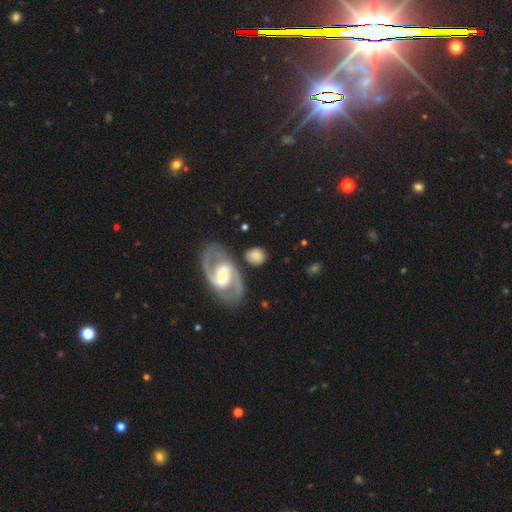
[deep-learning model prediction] Q: Smooth or featured?
A: smooth (49%); runner-up: featured or disk (45%)
Q: Merging?
A: none (74%); runner-up: minor disturbance (13%)